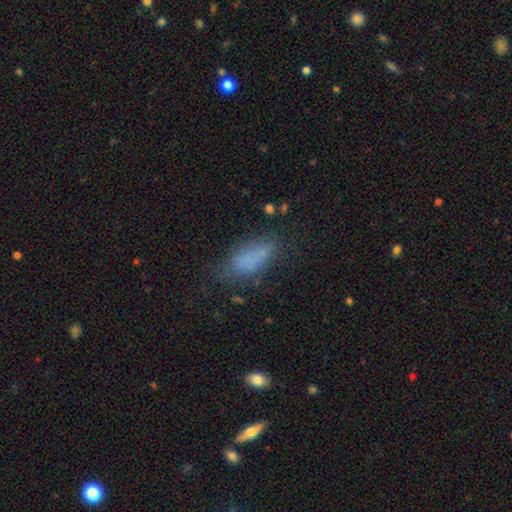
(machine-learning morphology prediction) Smooth or featured? smooth (73%)
How rounded? in between (78%)
Merging? none (56%)